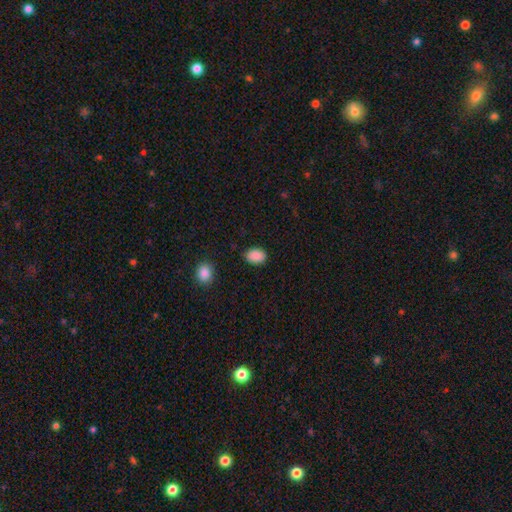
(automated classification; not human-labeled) Smooth or featured? smooth (89%)
How rounded? in between (78%)
Merging? none (85%)